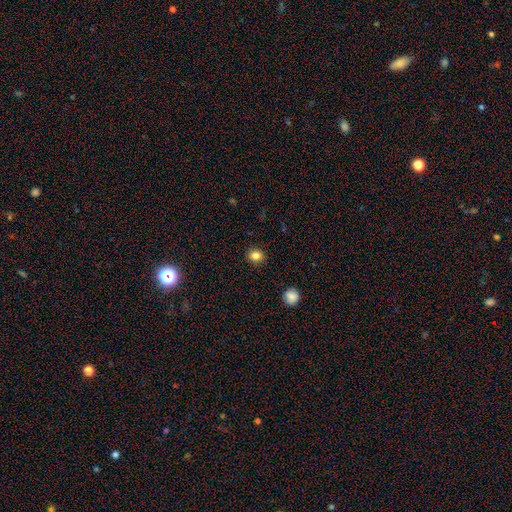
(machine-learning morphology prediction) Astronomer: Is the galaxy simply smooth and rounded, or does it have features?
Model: smooth — 83%.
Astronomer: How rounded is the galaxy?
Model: round — 68%.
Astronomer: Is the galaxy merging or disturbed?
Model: none — 90%.